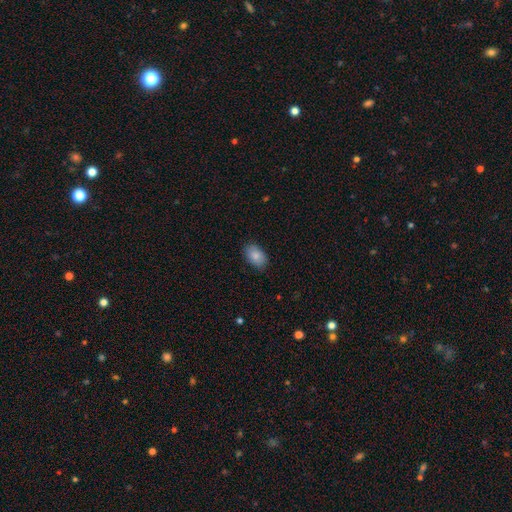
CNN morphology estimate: Smooth or featured?
  - smooth: 86% *
  - featured or disk: 7%
  - star or artifact: 7%
How rounded?
  - in between: 91% *
  - round: 8%
  - cigar-shaped: 1%
Merging?
  - none: 85% *
  - minor disturbance: 12%
  - major disturbance: 2%
  - merger: 1%